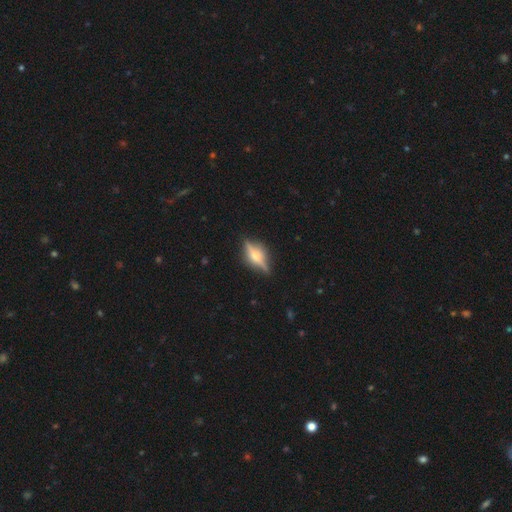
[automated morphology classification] smooth_or_featured: featured or disk (p=0.73) [alt: smooth p=0.20]
disk_edge_on: yes (p=0.93) [alt: no p=0.07]
edge_on_bulge: rounded (p=0.90) [alt: boxy p=0.07]
merging: none (p=0.83) [alt: minor disturbance p=0.12]